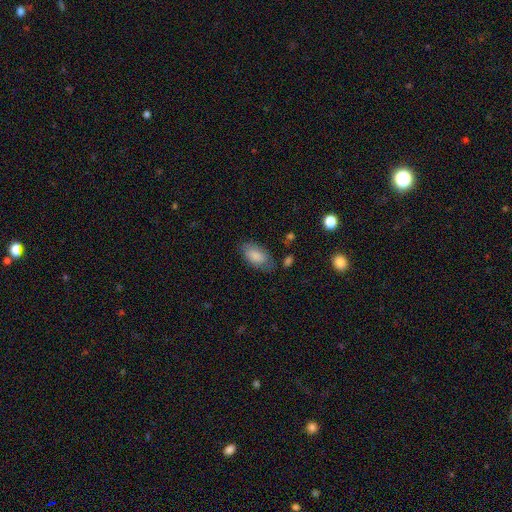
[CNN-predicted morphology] type=smooth (84%); roundness=in between (94%); merging=none (71%).